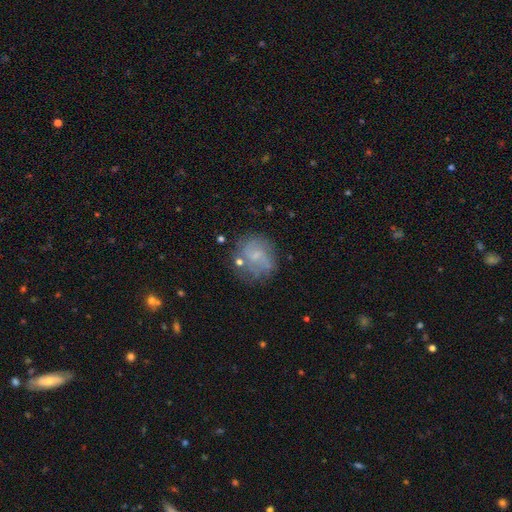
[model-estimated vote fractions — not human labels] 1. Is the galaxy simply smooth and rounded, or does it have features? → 52% featured or disk, 37% smooth, 11% star or artifact.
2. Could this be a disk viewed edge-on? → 97% no, 3% yes.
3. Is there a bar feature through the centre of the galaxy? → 50% no, 43% weak, 7% strong.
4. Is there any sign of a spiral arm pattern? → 72% yes, 28% no.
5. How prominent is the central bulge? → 51% small, 28% none, 18% moderate, 2% large, 1% dominant.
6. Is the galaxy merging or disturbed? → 65% none, 20% minor disturbance, 10% major disturbance, 5% merger.